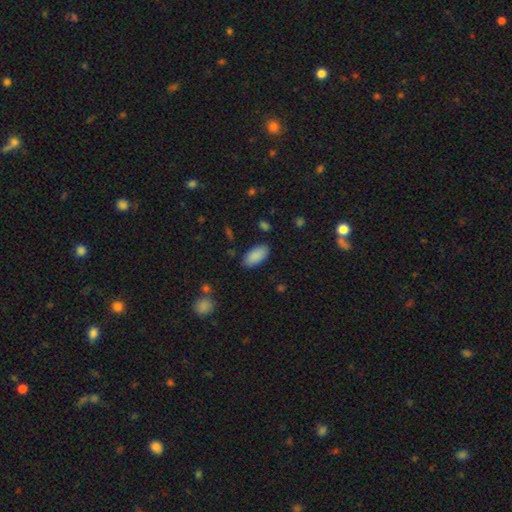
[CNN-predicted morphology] A smooth galaxy with no disk features (88%) that is in between round and cigar-shaped (94%).

Vote fractions:
- Smooth or featured? smooth: 88% / star or artifact: 7% / featured or disk: 5%
- How rounded? in between: 94% / cigar-shaped: 4% / round: 2%
- Merging? none: 84% / minor disturbance: 12% / major disturbance: 3% / merger: 2%